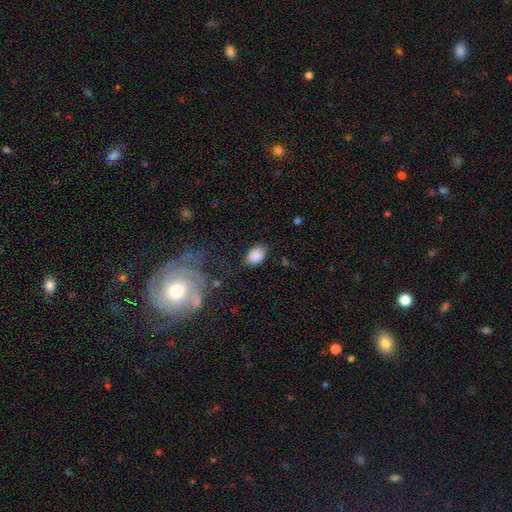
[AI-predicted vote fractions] Smooth or featured? smooth (86%)
How rounded? in between (81%)
Merging? none (79%)